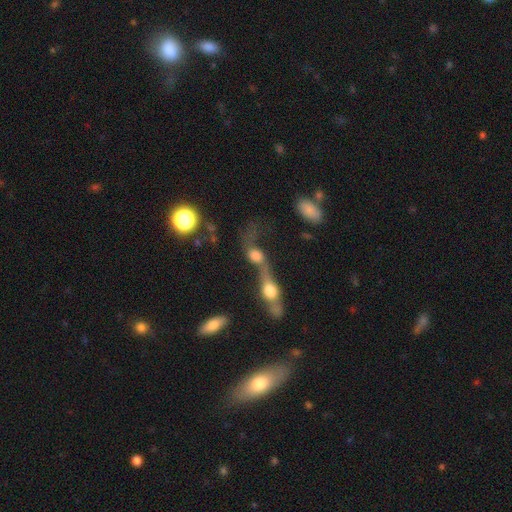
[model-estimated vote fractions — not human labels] A smooth galaxy with no disk features (50%) that is in between round and cigar-shaped (49%).

Vote fractions:
- Smooth or featured? smooth: 50% / featured or disk: 34% / star or artifact: 16%
- How rounded? in between: 49% / round: 42% / cigar-shaped: 9%
- Merging? merger: 74% / none: 11% / major disturbance: 10% / minor disturbance: 5%